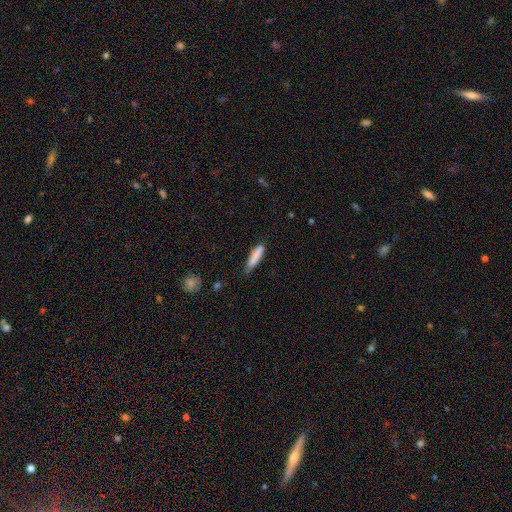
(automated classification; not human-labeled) Smooth or featured? smooth (84%)
How rounded? cigar-shaped (80%)
Merging? none (63%)